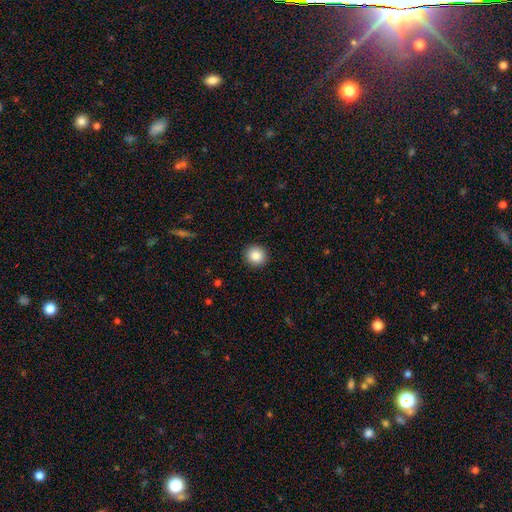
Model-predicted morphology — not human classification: smooth-or-featured: smooth: 86% | star or artifact: 9% | featured or disk: 5%
  how-rounded: round: 92% | in between: 7% | cigar-shaped: 1%
  merging: none: 92% | minor disturbance: 5% | major disturbance: 2% | merger: 1%